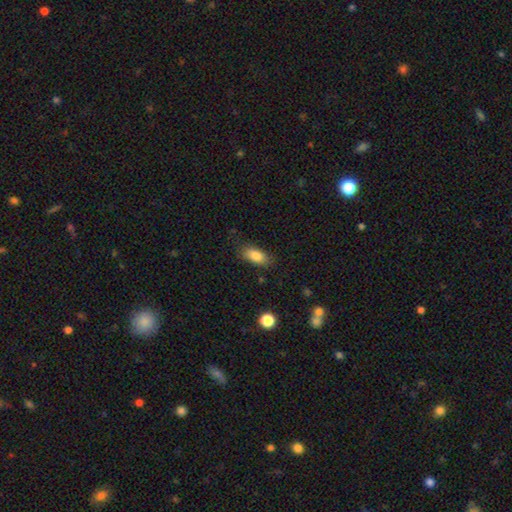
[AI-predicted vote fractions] smooth_or_featured: smooth (p=0.85) [alt: featured or disk p=0.08]
how_rounded: in between (p=0.87) [alt: cigar-shaped p=0.09]
merging: none (p=0.80) [alt: minor disturbance p=0.15]